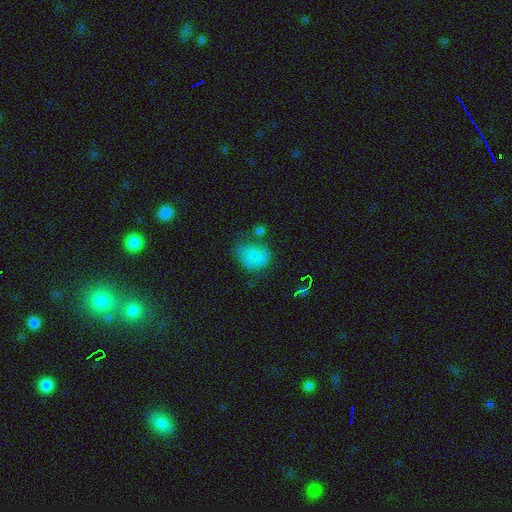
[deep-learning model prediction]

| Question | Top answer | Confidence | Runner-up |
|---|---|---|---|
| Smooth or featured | smooth | 77% | star or artifact (12%) |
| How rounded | round | 50% | in between (49%) |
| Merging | none | 51% | minor disturbance (28%) |